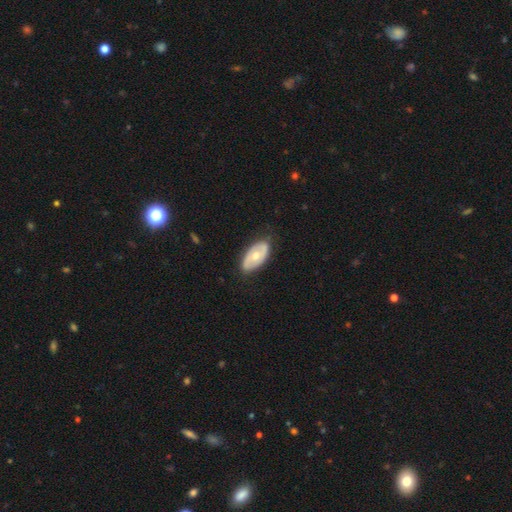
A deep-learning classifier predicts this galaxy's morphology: Smooth or featured: featured or disk — 52% (smooth — 43%)
Edge-on disk: no — 89% (yes — 11%)
Merging: none — 77% (minor disturbance — 18%)